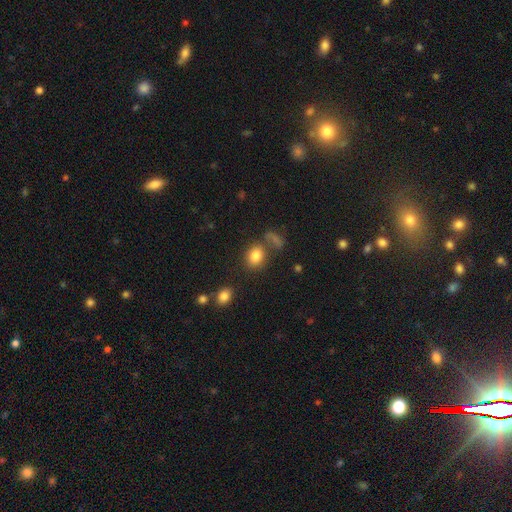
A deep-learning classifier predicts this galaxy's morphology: smooth-or-featured: smooth: 83% | star or artifact: 11% | featured or disk: 7%
  how-rounded: in between: 51% | round: 48% | cigar-shaped: 1%
  merging: none: 68% | merger: 13% | minor disturbance: 13% | major disturbance: 6%